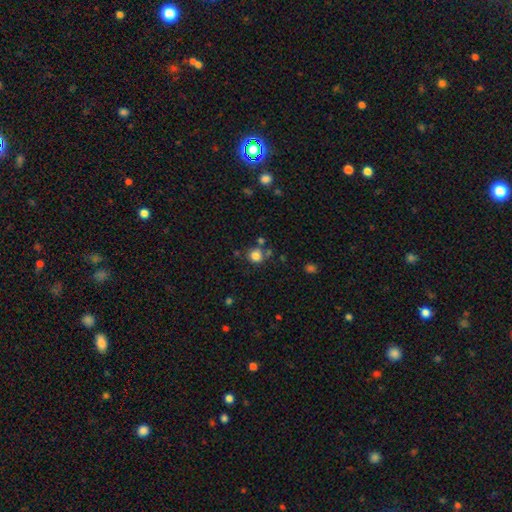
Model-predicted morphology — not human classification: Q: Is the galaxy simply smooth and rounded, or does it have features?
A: smooth — 80%.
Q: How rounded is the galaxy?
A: round — 85%.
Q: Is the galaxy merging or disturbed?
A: none — 66%.